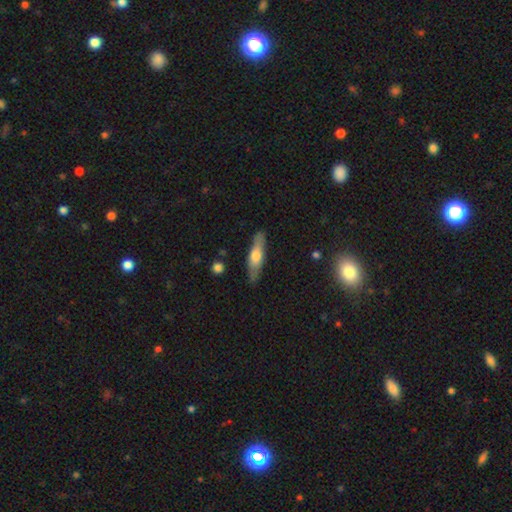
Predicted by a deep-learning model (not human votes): This appears to be a smooth galaxy with no disk features (53%) that is cigar-shaped (66%). Merging: none (81%).